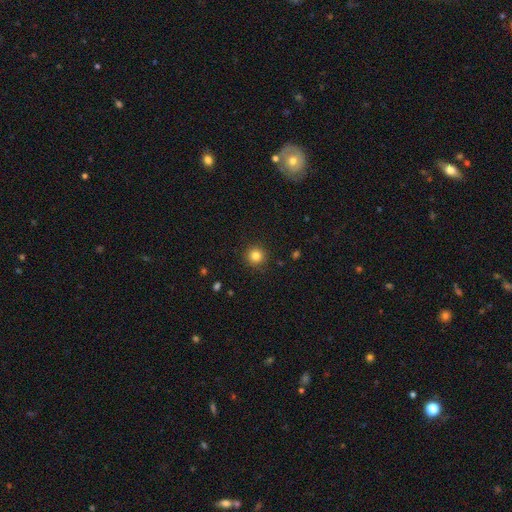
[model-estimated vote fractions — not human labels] This is clearly a smooth galaxy (82%). How rounded: clearly round (95%). Merging: clearly none (91%).